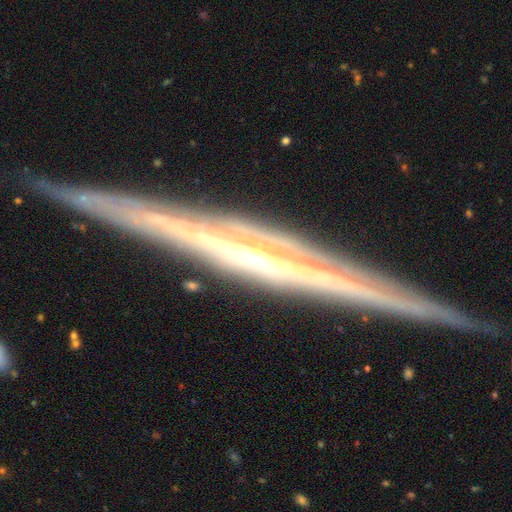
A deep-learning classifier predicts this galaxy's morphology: Overall: featured or disk (88%). Edge-on disk: yes (98%). Edge-on bulge: rounded (45%; none 36%). Merging: none (90%).